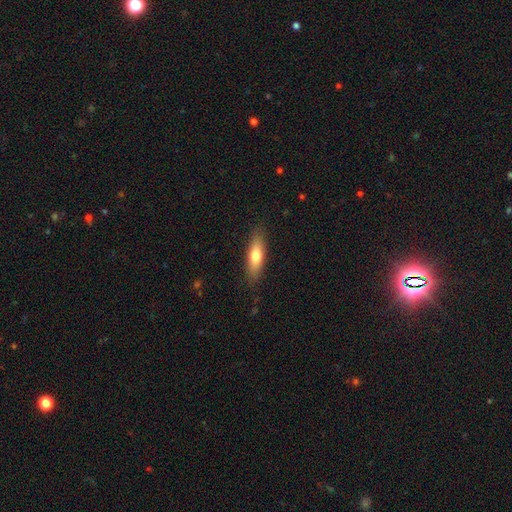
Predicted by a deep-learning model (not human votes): smooth-or-featured: smooth: 70% | featured or disk: 24% | star or artifact: 6%
  how-rounded: cigar-shaped: 51% | in between: 47% | round: 2%
  merging: none: 85% | minor disturbance: 11% | major disturbance: 3% | merger: 1%